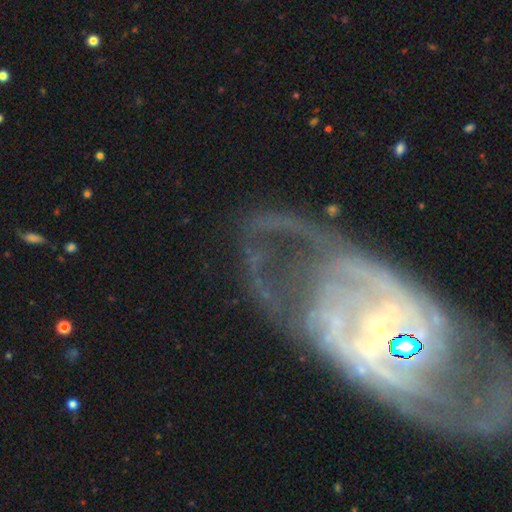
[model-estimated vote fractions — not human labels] The model was most divided on "spiral arm count": 2: 35%, can't tell: 32%, 3: 10%, 1: 8%, 4: 7%, more than 4: 7%. Remaining: edge-on disk — no (93%); spiral arms — yes (80%); smooth or featured — featured or disk (77%); bulge size — small (67%); bar — no (56%); merging — none (53%); spiral winding — tight (49%).